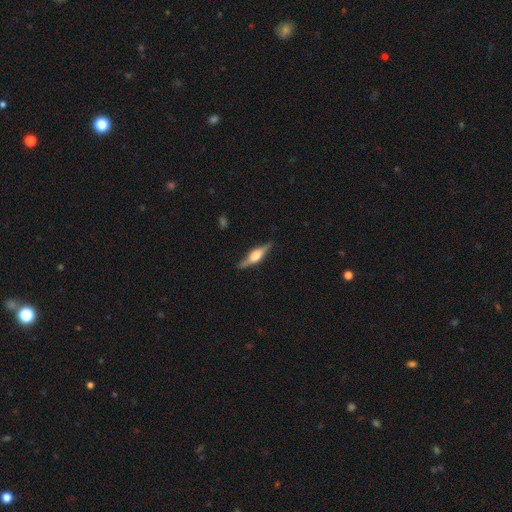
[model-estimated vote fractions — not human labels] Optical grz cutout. It shows a featured or disk galaxy (70%) viewed edge-on (97%) with a rounded central bulge (85%). Merging: none (85%).